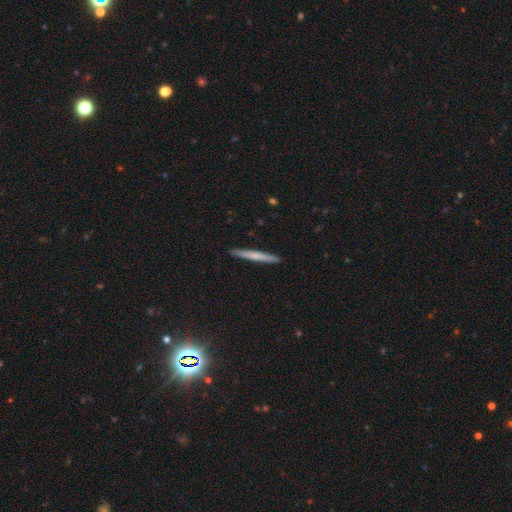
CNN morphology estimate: The model was most divided on "smooth or featured": smooth: 56%, featured or disk: 39%, star or artifact: 6%. More confident: how rounded — cigar-shaped (96%); merging — none (92%).